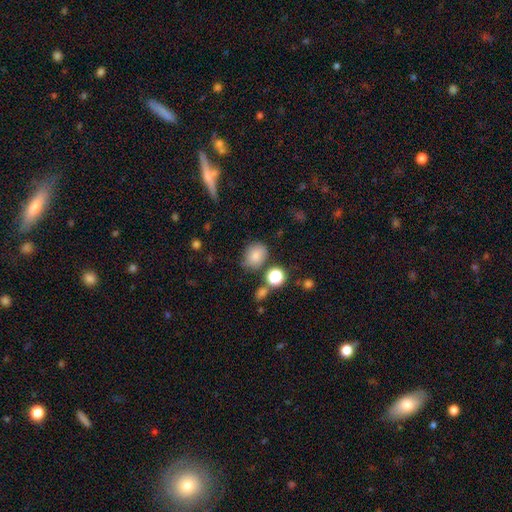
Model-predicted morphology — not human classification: Smooth or featured? Predicted: smooth (p=0.81). How rounded? Predicted: in between (p=0.50). Merging? Predicted: none (p=0.64).